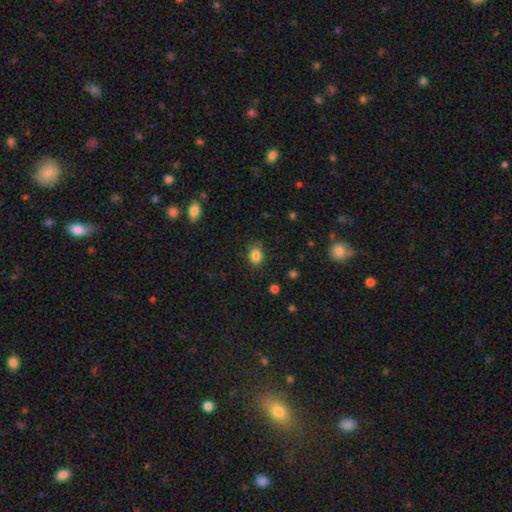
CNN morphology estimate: smooth_or_featured: smooth (p=0.85) [alt: star or artifact p=0.11]
how_rounded: round (p=0.58) [alt: in between p=0.41]
merging: none (p=0.77) [alt: minor disturbance p=0.17]